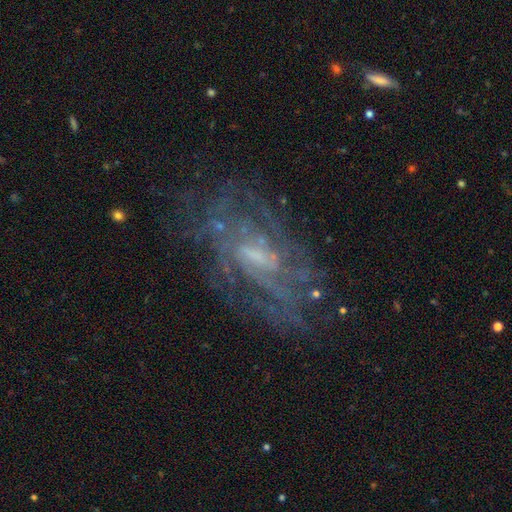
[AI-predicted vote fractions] Overall: featured or disk (81%). Edge-on disk: no (94%). Bar: weak (50%; no 34%). Spiral arms: yes (85%). Spiral arm count: can't tell (51%; 4 13%). Spiral winding: tight (46%; medium 39%). Bulge size: small (42%; moderate 32%). Merging: none (65%).